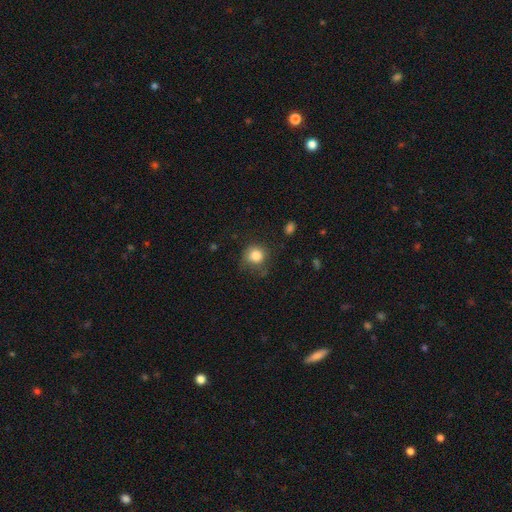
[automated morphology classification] Smooth or featured? Predicted: smooth (p=0.83). How rounded? Predicted: round (p=0.86). Merging? Predicted: none (p=0.70).